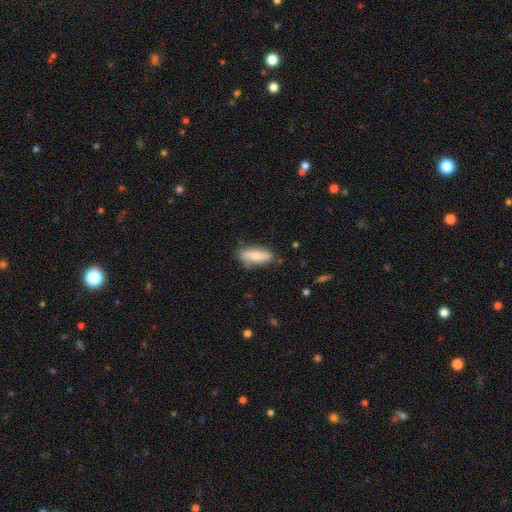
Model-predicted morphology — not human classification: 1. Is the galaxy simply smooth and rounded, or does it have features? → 72% smooth, 22% featured or disk, 6% star or artifact.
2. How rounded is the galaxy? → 63% in between, 35% cigar-shaped, 3% round.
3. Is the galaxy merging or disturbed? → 77% none, 18% minor disturbance, 3% major disturbance, 2% merger.